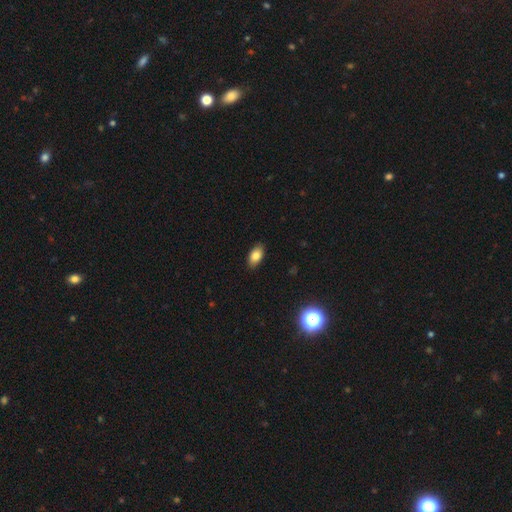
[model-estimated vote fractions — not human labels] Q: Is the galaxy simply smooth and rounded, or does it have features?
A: smooth — 83%.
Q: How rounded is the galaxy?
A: in between — 92%.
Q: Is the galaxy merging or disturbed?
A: none — 88%.